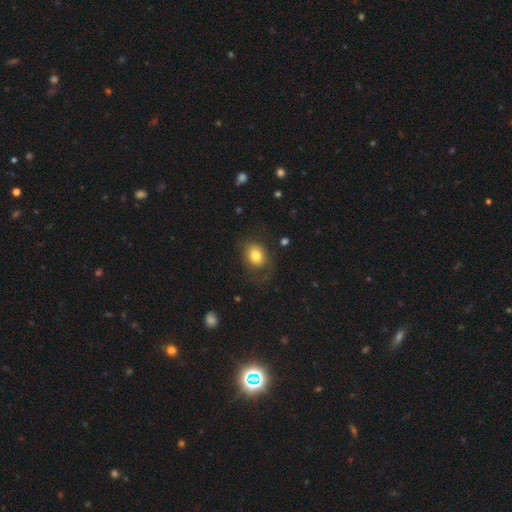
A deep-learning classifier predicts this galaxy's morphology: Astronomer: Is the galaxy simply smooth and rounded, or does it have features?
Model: smooth — 77%.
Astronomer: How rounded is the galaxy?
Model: in between — 53% (runner-up: round, 46%).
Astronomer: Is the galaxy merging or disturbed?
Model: none — 62%.